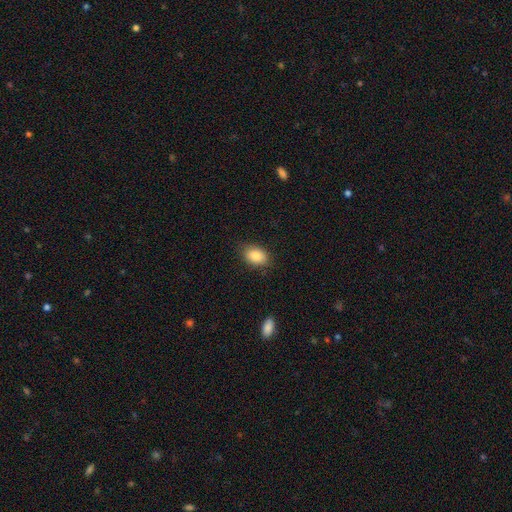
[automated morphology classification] This appears to be a smooth galaxy with no disk features (86%) that is in between round and cigar-shaped (82%). Merging: none (82%).